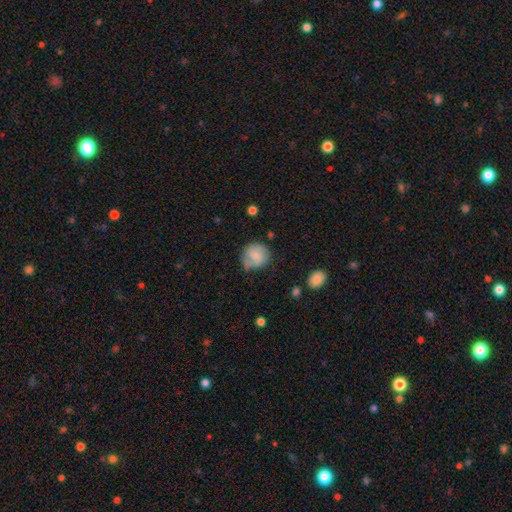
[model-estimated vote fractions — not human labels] This is likely a smooth galaxy (67%). How rounded: clearly round (84%). Merging: likely none (61%).